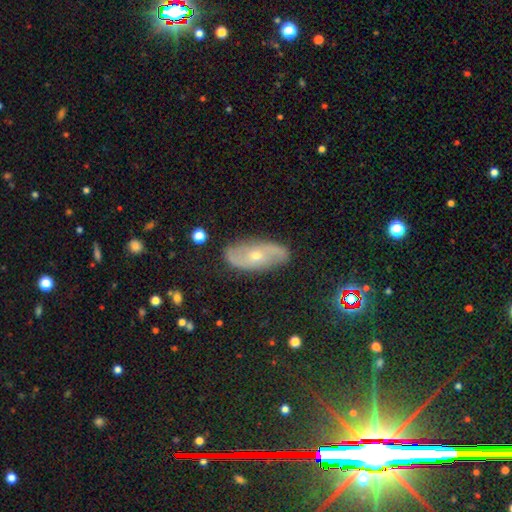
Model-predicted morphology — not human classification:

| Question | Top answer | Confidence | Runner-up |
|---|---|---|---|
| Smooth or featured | featured or disk | 71% | smooth (21%) |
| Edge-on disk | no | 90% | yes (10%) |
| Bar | no | 73% | weak (21%) |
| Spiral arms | yes | 82% | no (18%) |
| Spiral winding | loose | 51% | medium (31%) |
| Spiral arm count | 2 | 87% | can't tell (8%) |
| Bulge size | small | 61% | moderate (36%) |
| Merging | none | 81% | minor disturbance (14%) |